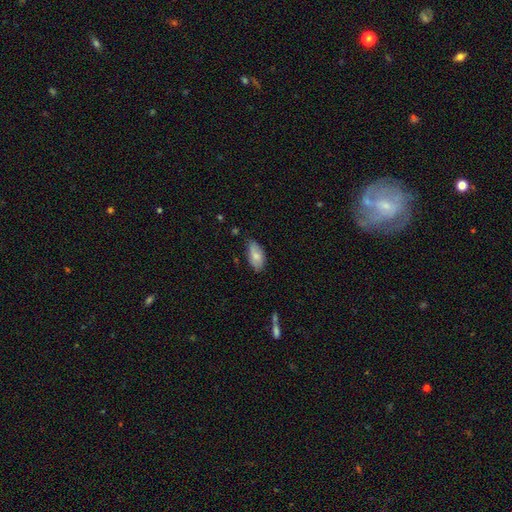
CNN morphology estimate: This is likely a smooth galaxy (77%). How rounded: clearly in between (93%). Merging: likely none (64%).